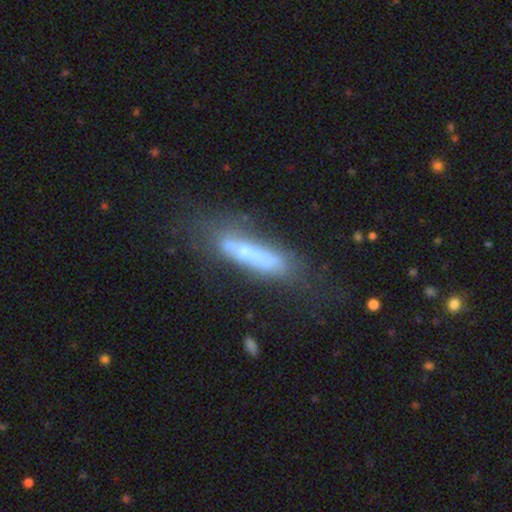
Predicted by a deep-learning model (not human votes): Morphology: type=featured or disk (48%); merging=none (41%).